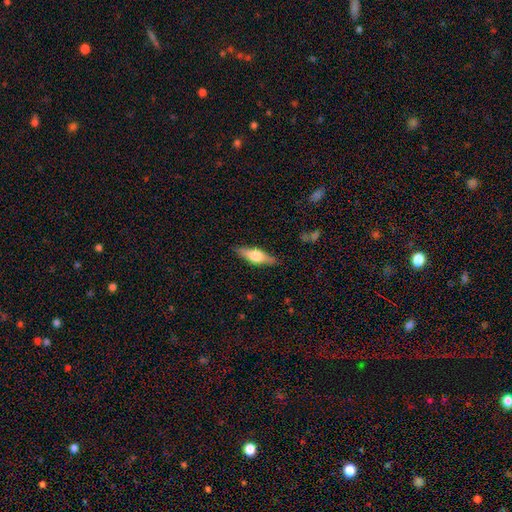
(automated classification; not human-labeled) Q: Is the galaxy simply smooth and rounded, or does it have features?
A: featured or disk — 54%.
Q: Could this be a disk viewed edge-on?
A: yes — 94%.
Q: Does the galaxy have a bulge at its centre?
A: rounded — 92%.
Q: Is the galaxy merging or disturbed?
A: none — 87%.